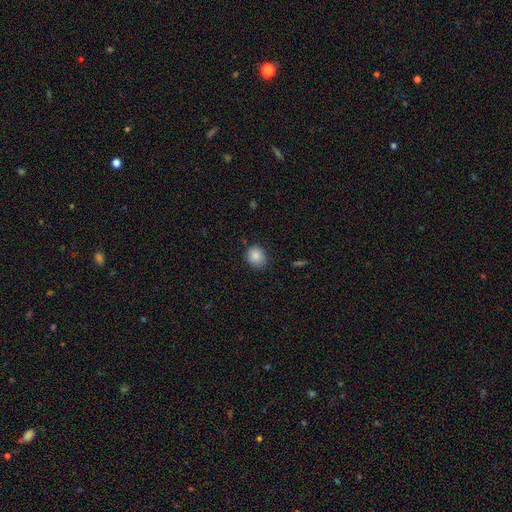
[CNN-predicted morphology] The model was most divided on "how rounded": round: 76%, in between: 23%, cigar-shaped: 1%. More confident: smooth or featured — smooth (84%); merging — none (81%).